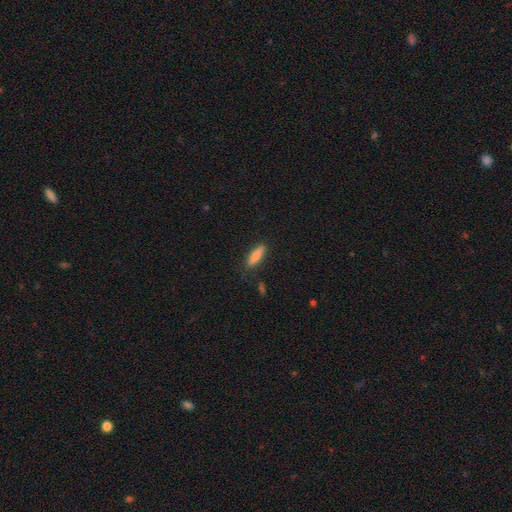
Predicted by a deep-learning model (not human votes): Q: Smooth or featured?
A: smooth (83%); runner-up: featured or disk (10%)
Q: How rounded?
A: cigar-shaped (61%); runner-up: in between (37%)
Q: Merging?
A: none (82%); runner-up: minor disturbance (14%)